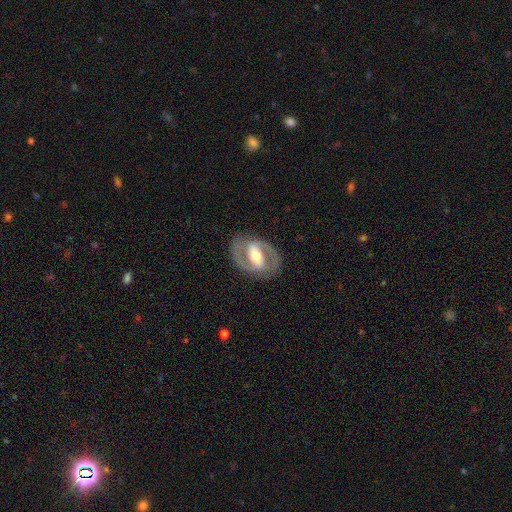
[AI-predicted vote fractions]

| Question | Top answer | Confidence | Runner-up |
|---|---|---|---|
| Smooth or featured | featured or disk | 85% | smooth (11%) |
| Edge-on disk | no | 96% | yes (4%) |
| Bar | strong | 59% | weak (29%) |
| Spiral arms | yes | 85% | no (15%) |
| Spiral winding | medium | 53% | tight (33%) |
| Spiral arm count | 2 | 90% | can't tell (4%) |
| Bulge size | moderate | 68% | small (18%) |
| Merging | none | 84% | minor disturbance (10%) |